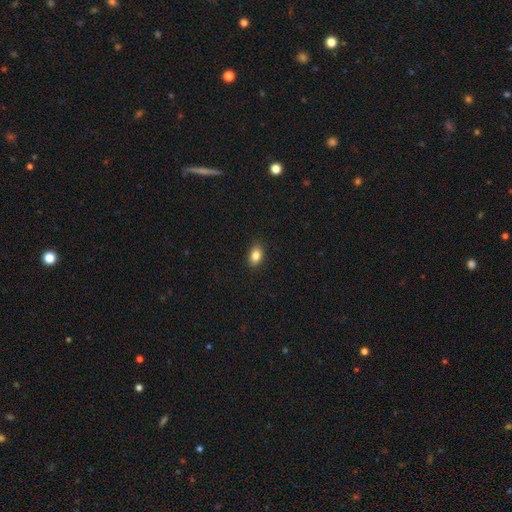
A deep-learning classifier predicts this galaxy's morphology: smooth-or-featured: smooth: 85% | star or artifact: 9% | featured or disk: 6%
  how-rounded: in between: 84% | round: 15% | cigar-shaped: 2%
  merging: none: 88% | minor disturbance: 9% | major disturbance: 2% | merger: 1%